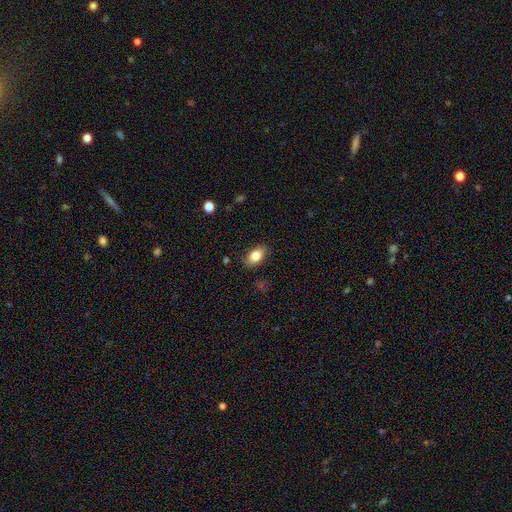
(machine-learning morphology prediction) A smooth galaxy with no disk features (80%) that is in between round and cigar-shaped (89%). Merging: none (85%).